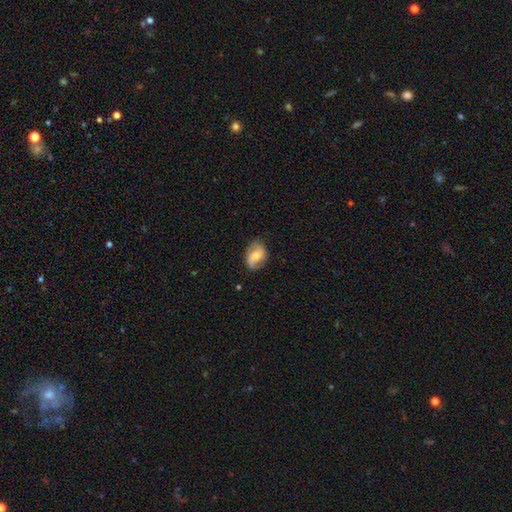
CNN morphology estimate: A featured or disk galaxy (54%) with no bar (50%), spiral arms (82%) and a moderate central bulge (62%). Merging: none (76%).